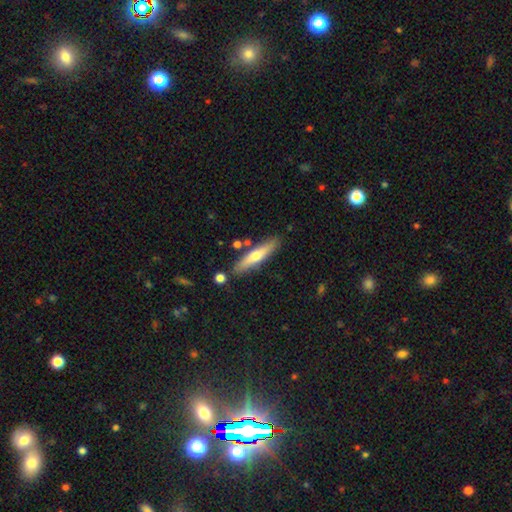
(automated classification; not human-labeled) This is possibly a smooth galaxy (54%). How rounded: clearly cigar-shaped (85%). Merging: clearly none (83%).